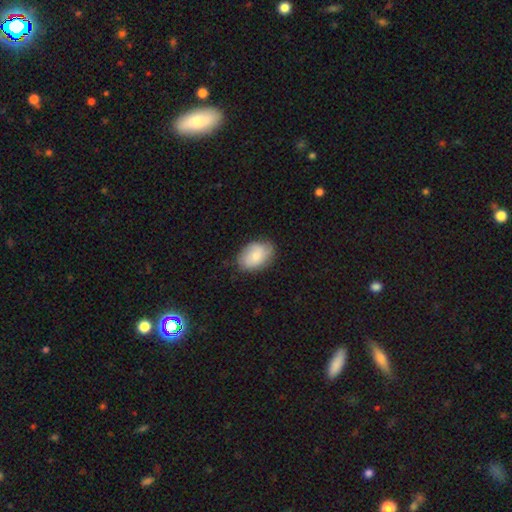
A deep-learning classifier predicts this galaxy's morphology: The model was most divided on "smooth or featured": smooth: 75%, featured or disk: 19%, star or artifact: 6%. More confident: how rounded — in between (84%); merging — none (76%).